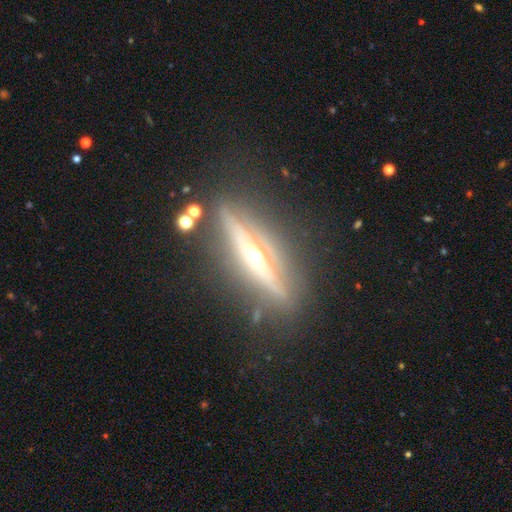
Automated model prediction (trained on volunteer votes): smooth_or_featured: featured or disk (p=0.84) [alt: smooth p=0.10]
disk_edge_on: yes (p=0.94) [alt: no p=0.06]
edge_on_bulge: rounded (p=0.88) [alt: none p=0.09]
merging: none (p=0.80) [alt: minor disturbance p=0.13]